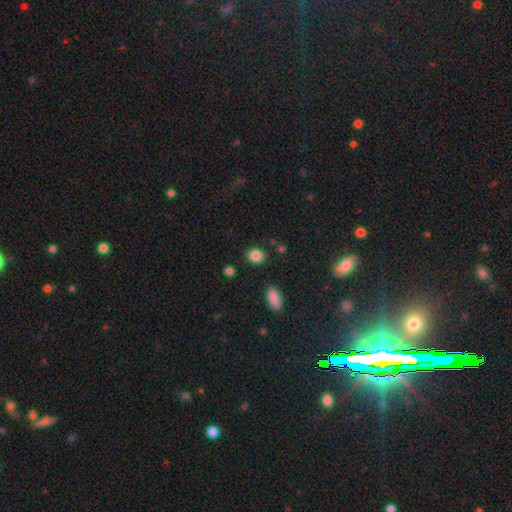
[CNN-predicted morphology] Smooth or featured: smooth — 85% (star or artifact — 10%)
How rounded: round — 67% (in between — 32%)
Merging: none — 86% (minor disturbance — 9%)